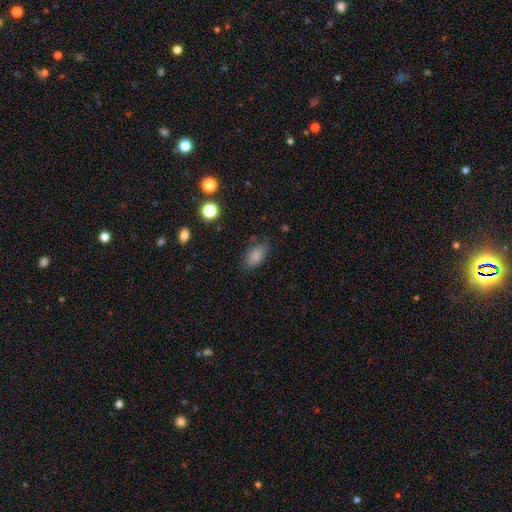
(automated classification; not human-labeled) Morphology: type=smooth (83%); roundness=in between (90%); merging=none (75%).